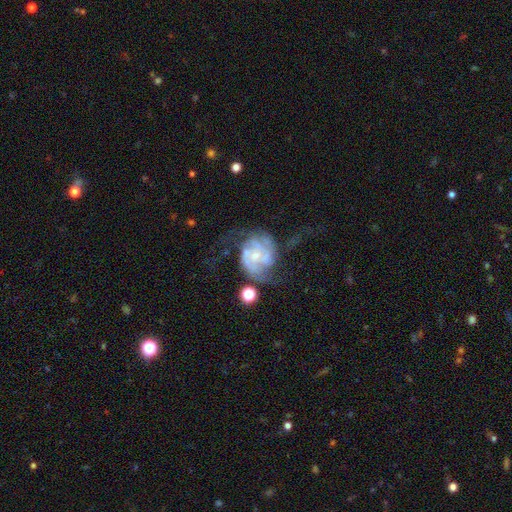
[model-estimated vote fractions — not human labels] A featured or disk galaxy (84%) with no bar (69%), 2 (45%) medium (44%) spiral arms (92%) and a small central bulge (73%).

Vote fractions:
- Smooth or featured? featured or disk: 84% / smooth: 10% / star or artifact: 7%
- Edge-on disk? no: 98% / yes: 2%
- Bar? no: 69% / weak: 26% / strong: 6%
- Spiral arms? yes: 92% / no: 8%
- Spiral winding? medium: 44% / tight: 35% / loose: 20%
- Spiral arm count? 2: 45% / can't tell: 21% / 3: 19% / 4: 6% / 1: 5% / more than 4: 4%
- Bulge size? small: 73% / moderate: 19% / none: 5% / large: 2% / dominant: 1%
- Merging? none: 46% / major disturbance: 28% / minor disturbance: 20% / merger: 6%